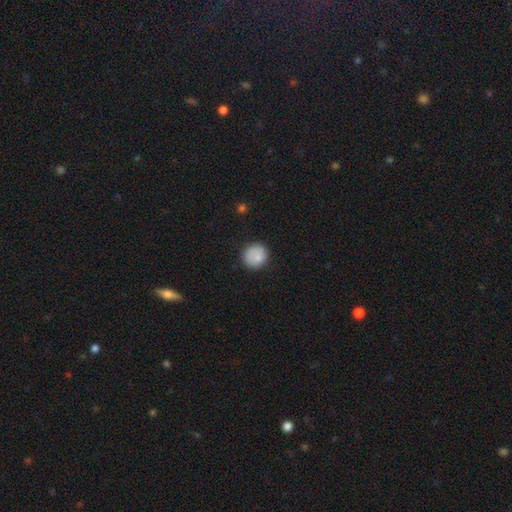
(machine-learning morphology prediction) Smooth or featured: smooth — 84% (star or artifact — 8%)
How rounded: round — 88% (in between — 11%)
Merging: none — 84% (minor disturbance — 12%)